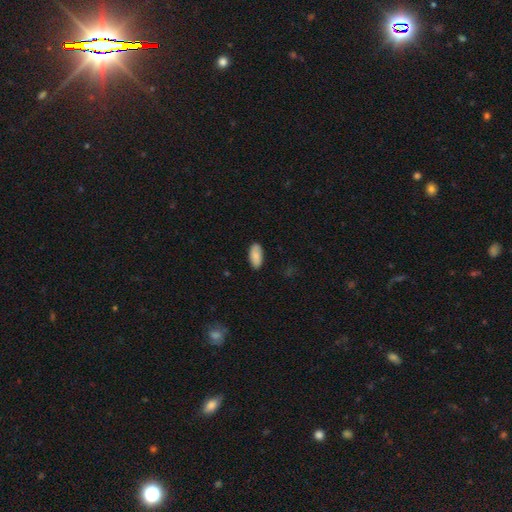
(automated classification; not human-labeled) This appears to be a smooth galaxy with no disk features (88%) that is in between round and cigar-shaped (92%). Merging: none (87%).